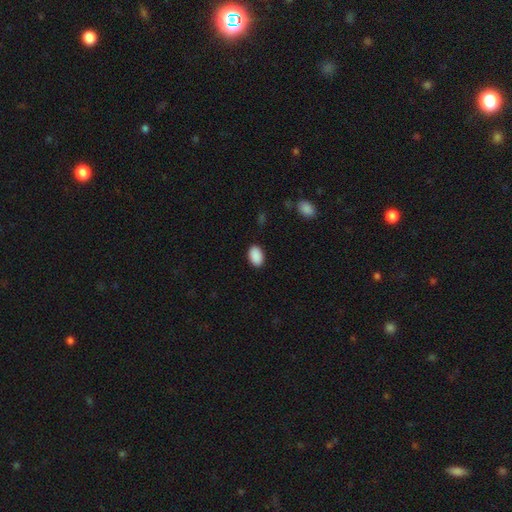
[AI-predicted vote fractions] smooth_or_featured: smooth (p=0.91) [alt: star or artifact p=0.07]
how_rounded: in between (p=0.90) [alt: round p=0.09]
merging: none (p=0.89) [alt: minor disturbance p=0.08]